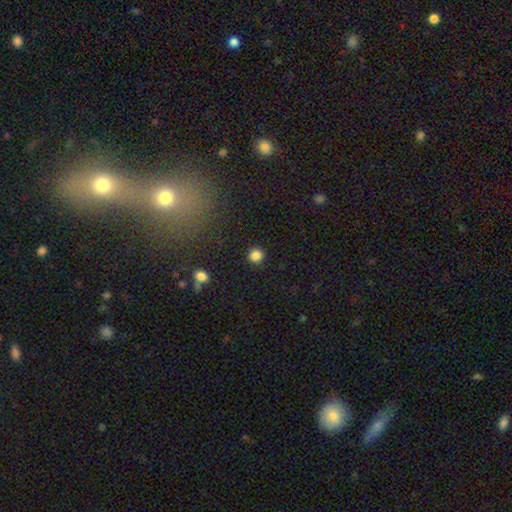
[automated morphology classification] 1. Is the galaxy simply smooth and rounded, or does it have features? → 84% smooth, 12% star or artifact, 4% featured or disk.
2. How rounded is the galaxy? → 94% round, 5% in between, 1% cigar-shaped.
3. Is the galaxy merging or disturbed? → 91% none, 5% minor disturbance, 2% major disturbance, 1% merger.